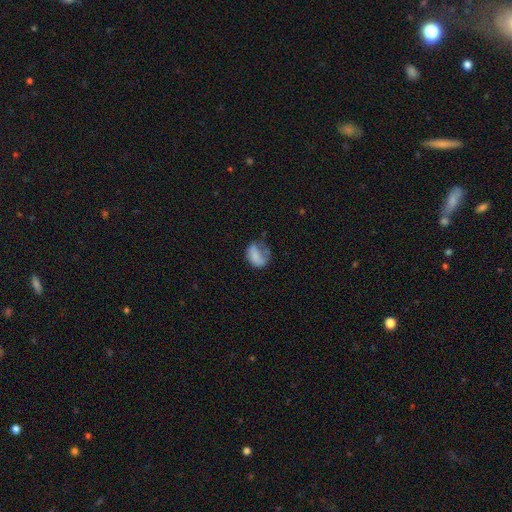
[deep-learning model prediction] This is likely a smooth galaxy (71%). How rounded: likely in between (70%). Merging: marginally major disturbance (35%).